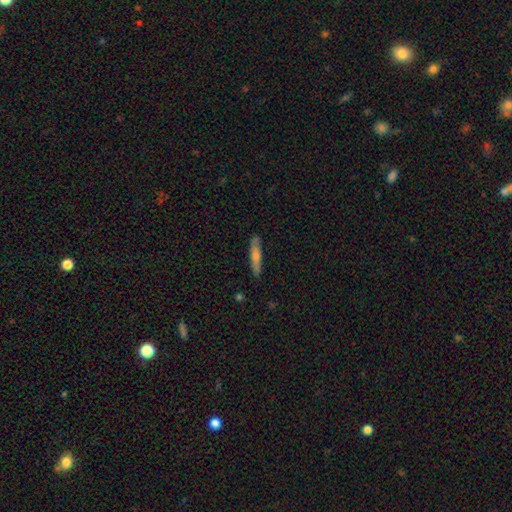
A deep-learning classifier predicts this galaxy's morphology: Overall: smooth (59%; featured or disk 34%). How rounded: cigar-shaped (90%). Merging: none (85%).